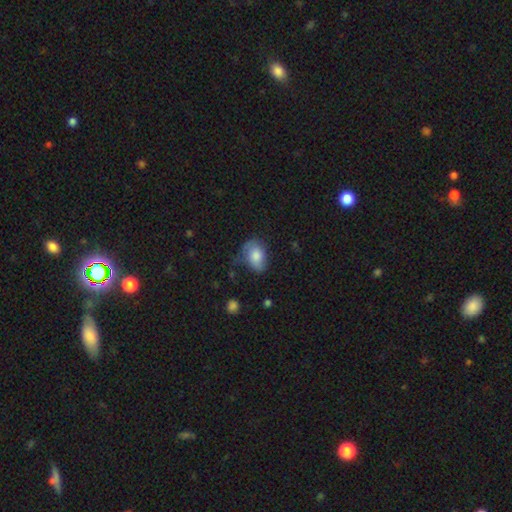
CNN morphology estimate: Smooth or featured: smooth — 74% (featured or disk — 18%)
How rounded: in between — 82% (round — 16%)
Merging: none — 47% (minor disturbance — 34%)